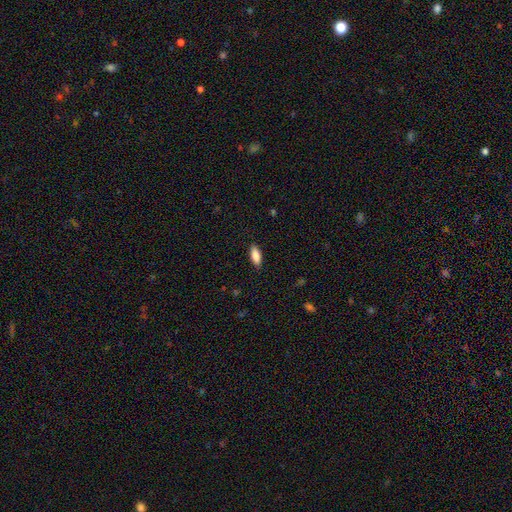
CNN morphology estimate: Overall: smooth (84%). How rounded: in between (72%). Merging: none (88%).